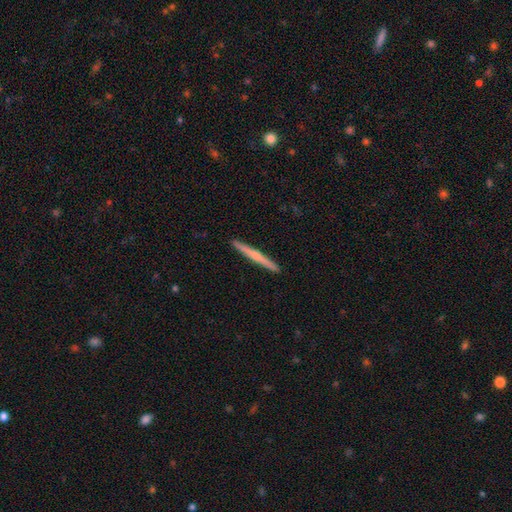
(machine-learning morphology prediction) Q: Smooth or featured?
A: featured or disk (49%); runner-up: smooth (46%)
Q: Merging?
A: none (93%); runner-up: minor disturbance (5%)